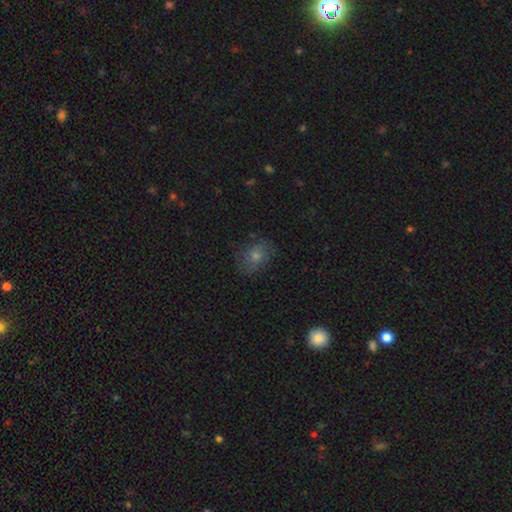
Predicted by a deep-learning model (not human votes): smooth-or-featured: smooth: 64% | featured or disk: 20% | star or artifact: 16%
  how-rounded: in between: 61% | round: 37% | cigar-shaped: 1%
  merging: none: 77% | minor disturbance: 17% | major disturbance: 5% | merger: 1%